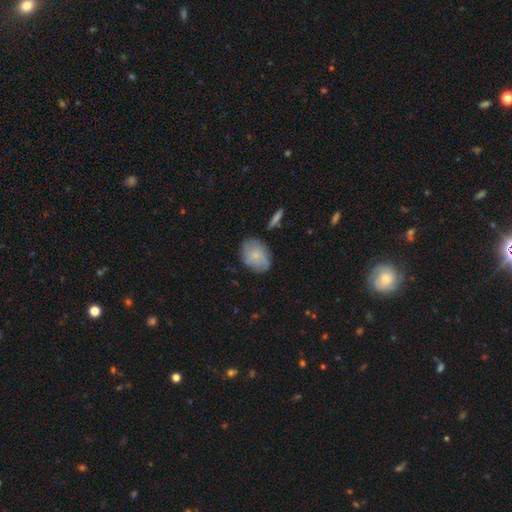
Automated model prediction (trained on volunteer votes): Morphology: type=smooth (64%); roundness=in between (69%); merging=none (72%).